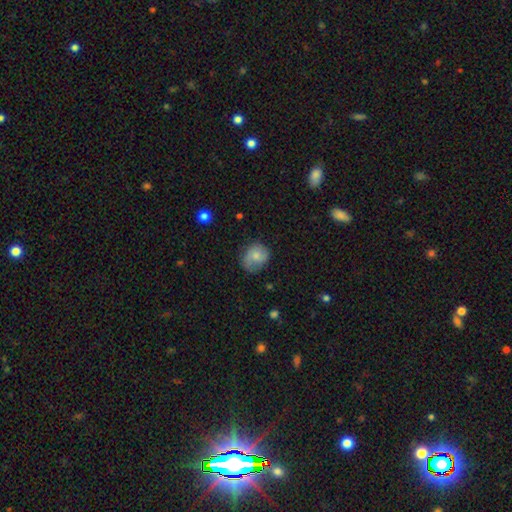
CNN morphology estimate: Q: Smooth or featured?
A: smooth (68%); runner-up: featured or disk (24%)
Q: How rounded?
A: round (68%); runner-up: in between (31%)
Q: Merging?
A: none (63%); runner-up: minor disturbance (27%)